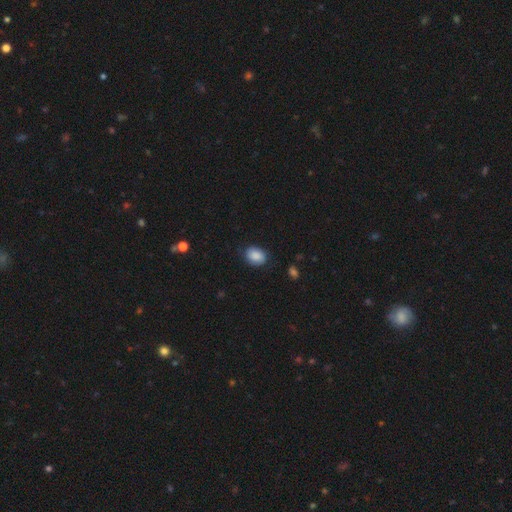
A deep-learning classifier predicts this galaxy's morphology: smooth-or-featured: smooth: 87% | star or artifact: 7% | featured or disk: 6%
  how-rounded: in between: 67% | round: 32% | cigar-shaped: 1%
  merging: none: 80% | minor disturbance: 15% | major disturbance: 4% | merger: 1%